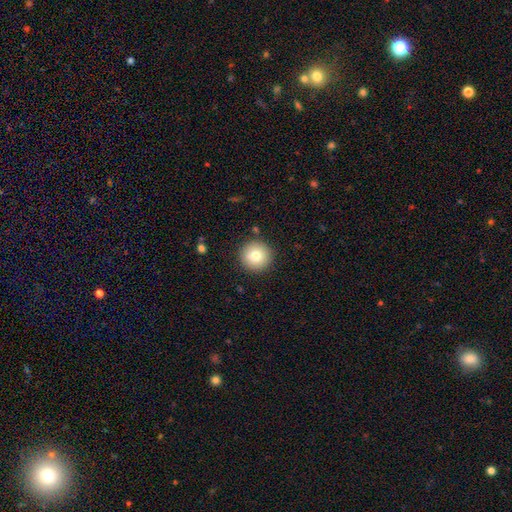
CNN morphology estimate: smooth 79%, featured or disk 11%, star or artifact 10%. Down the decision tree: how rounded — round (96%); merging — none (90%).